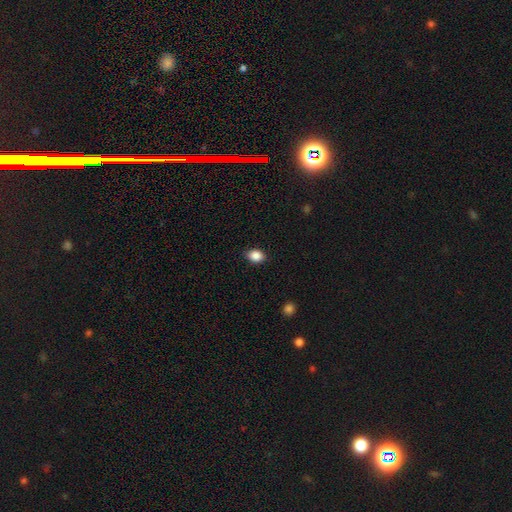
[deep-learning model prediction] Smooth or featured? smooth (88%)
How rounded? in between (68%)
Merging? none (87%)